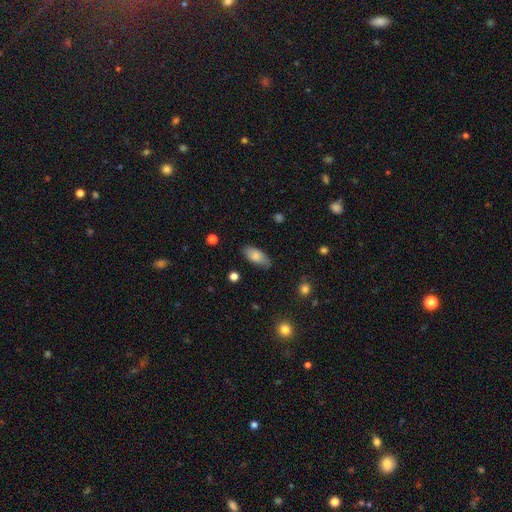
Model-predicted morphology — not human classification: A smooth galaxy with no disk features (80%) that is in between round and cigar-shaped (88%).

Vote fractions:
- Smooth or featured? smooth: 80% / featured or disk: 14% / star or artifact: 7%
- How rounded? in between: 88% / cigar-shaped: 10% / round: 2%
- Merging? none: 79% / minor disturbance: 16% / major disturbance: 3% / merger: 1%